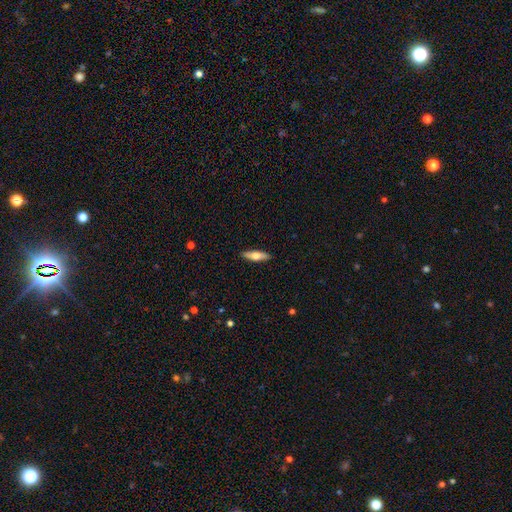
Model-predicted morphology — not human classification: Overall: smooth (57%; featured or disk 38%). How rounded: cigar-shaped (57%; in between 41%). Merging: none (90%).